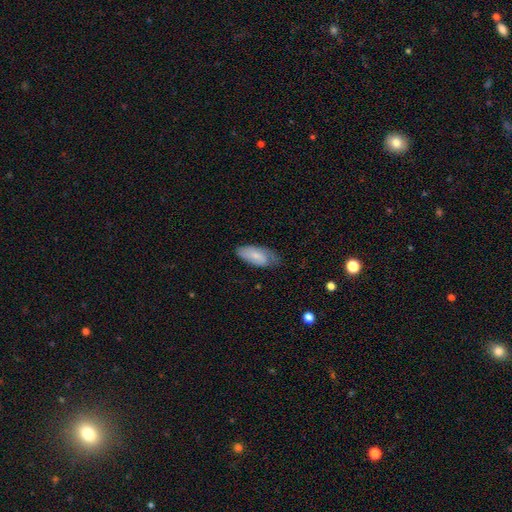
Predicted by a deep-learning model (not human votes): Smooth or featured?
  - smooth: 74% *
  - featured or disk: 20%
  - star or artifact: 6%
How rounded?
  - in between: 88% *
  - cigar-shaped: 10%
  - round: 2%
Merging?
  - none: 52% *
  - minor disturbance: 36%
  - major disturbance: 11%
  - merger: 1%